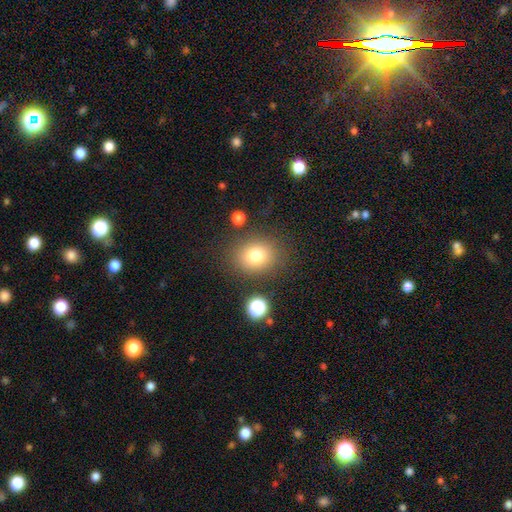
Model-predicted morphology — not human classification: type=smooth (79%); roundness=round (67%); merging=none (82%).